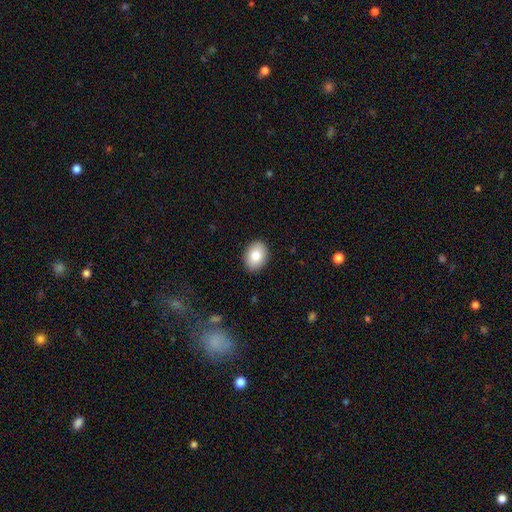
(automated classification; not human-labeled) Smooth or featured?
  - smooth: 84% *
  - featured or disk: 9%
  - star or artifact: 7%
How rounded?
  - in between: 74% *
  - round: 25%
  - cigar-shaped: 1%
Merging?
  - none: 90% *
  - minor disturbance: 7%
  - major disturbance: 2%
  - merger: 1%